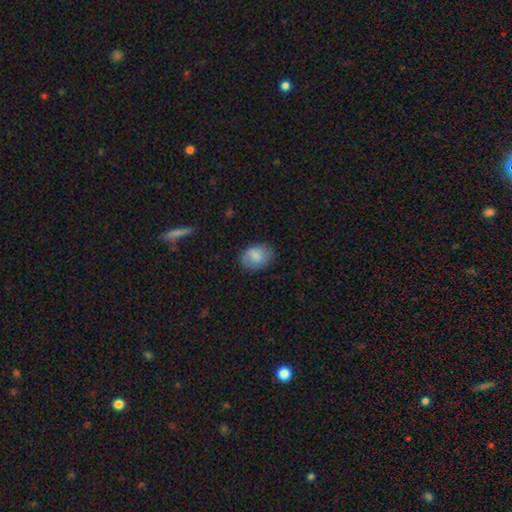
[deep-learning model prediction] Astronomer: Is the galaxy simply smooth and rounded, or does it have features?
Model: smooth — 82%.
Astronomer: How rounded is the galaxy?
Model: in between — 67%.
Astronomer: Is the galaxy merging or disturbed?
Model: none — 77%.